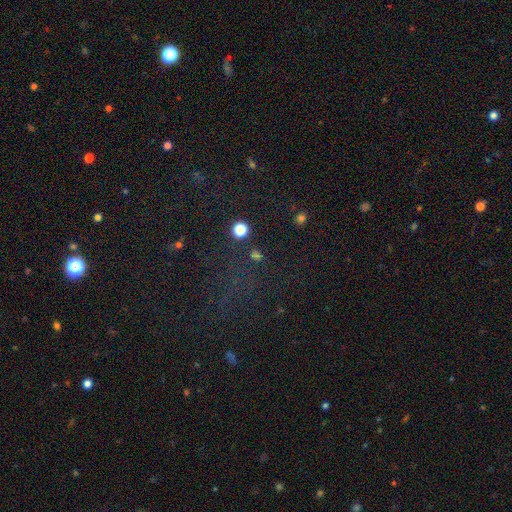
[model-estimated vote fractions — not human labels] Overall: smooth (51%; star or artifact 42%). How rounded: round (79%). Merging: none (79%).